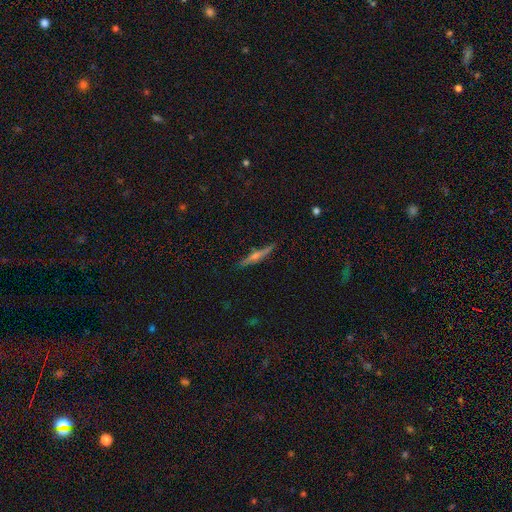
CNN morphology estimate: Smooth or featured? featured or disk (72%)
Edge-on disk? yes (97%)
Edge-on bulge? rounded (84%)
Merging? none (88%)